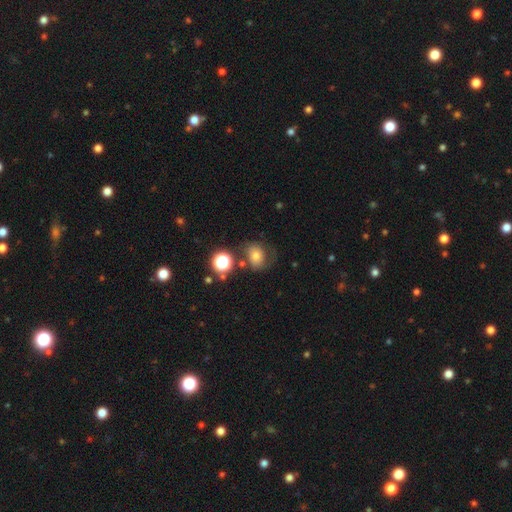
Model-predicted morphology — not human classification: The model was most divided on "how rounded": round: 56%, in between: 43%, cigar-shaped: 1%. Remaining: smooth or featured — smooth (57%); merging — none (49%).